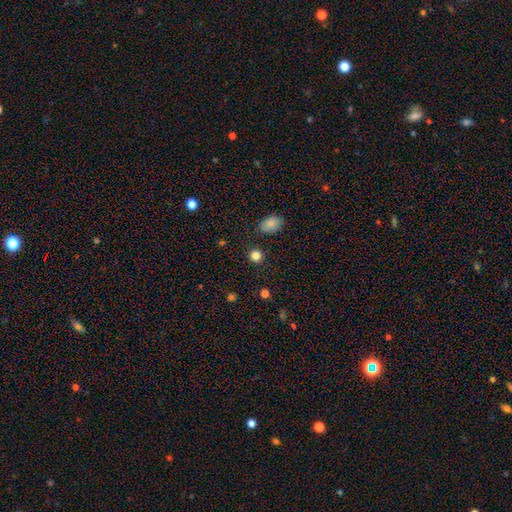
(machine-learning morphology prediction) This appears to be a smooth galaxy with no disk features (83%) that is round (89%). Merging: none (89%).